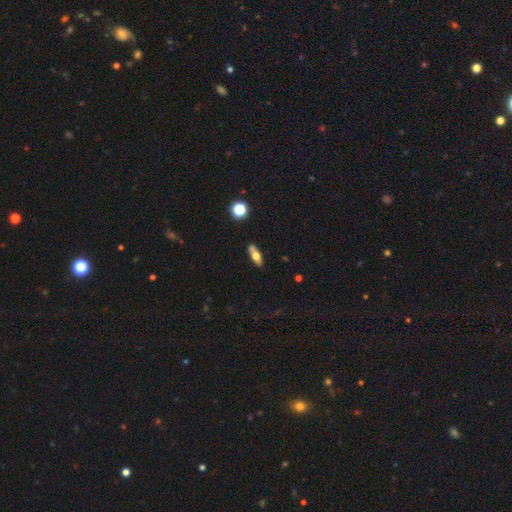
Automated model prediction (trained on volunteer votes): smooth_or_featured: smooth (p=0.56) [alt: featured or disk p=0.36]
how_rounded: in between (p=0.61) [alt: cigar-shaped p=0.34]
merging: none (p=0.73) [alt: minor disturbance p=0.13]